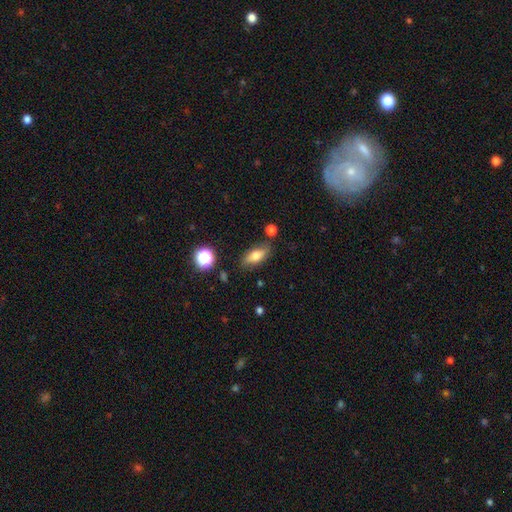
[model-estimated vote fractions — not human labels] A smooth galaxy with no disk features (66%) that is in between round and cigar-shaped (75%). Merging: none (78%).